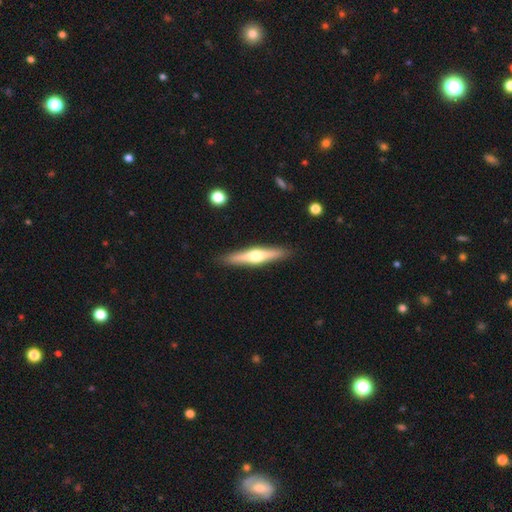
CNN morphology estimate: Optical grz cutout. It shows a featured or disk galaxy (63%) viewed edge-on (96%) with a rounded central bulge (93%). Merging: none (90%).